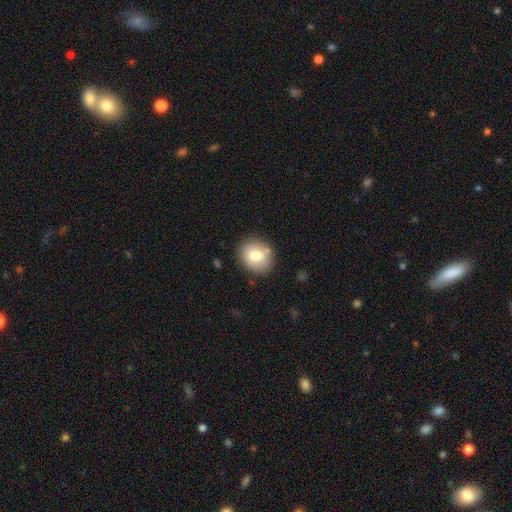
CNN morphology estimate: Q: Smooth or featured?
A: smooth (74%); runner-up: featured or disk (18%)
Q: How rounded?
A: round (77%); runner-up: in between (22%)
Q: Merging?
A: none (81%); runner-up: minor disturbance (12%)